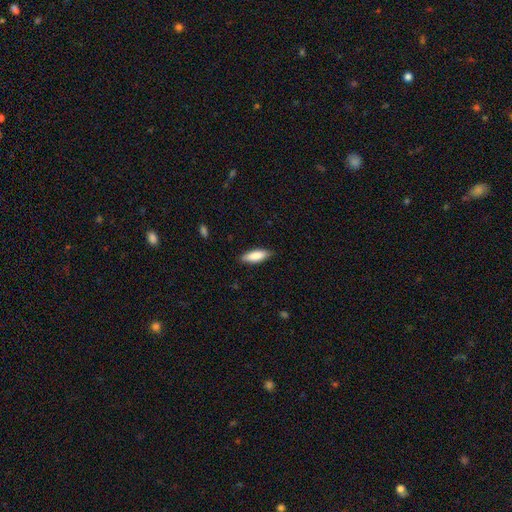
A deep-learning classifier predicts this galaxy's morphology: smooth_or_featured: smooth (p=0.85) [alt: featured or disk p=0.09]
how_rounded: in between (p=0.63) [alt: cigar-shaped p=0.35]
merging: none (p=0.85) [alt: minor disturbance p=0.12]